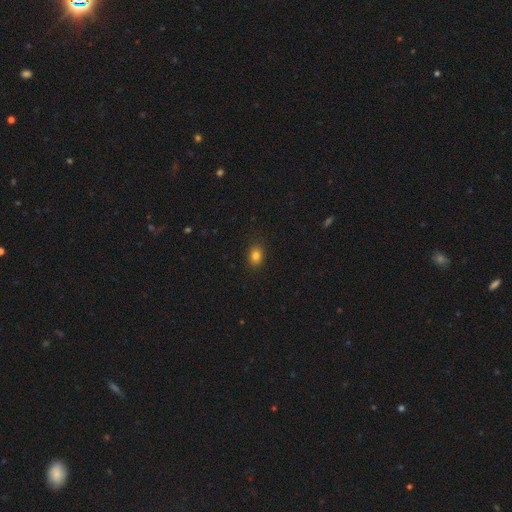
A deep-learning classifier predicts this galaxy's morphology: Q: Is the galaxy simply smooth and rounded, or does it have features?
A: smooth — 83%.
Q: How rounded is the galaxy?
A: in between — 60%.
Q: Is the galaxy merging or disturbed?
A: none — 87%.